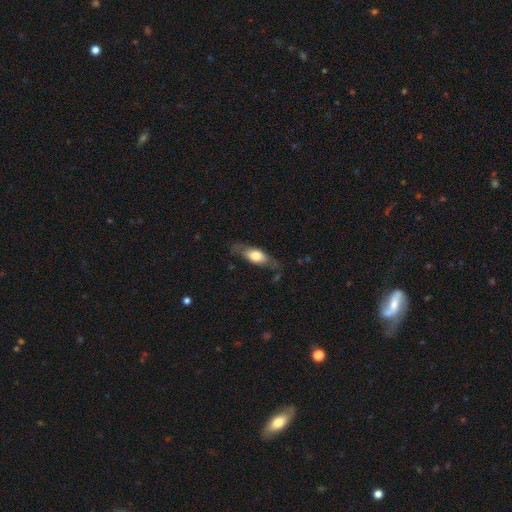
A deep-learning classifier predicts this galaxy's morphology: A smooth galaxy with no disk features (57%) that is in between round and cigar-shaped (71%). Merging: none (66%).